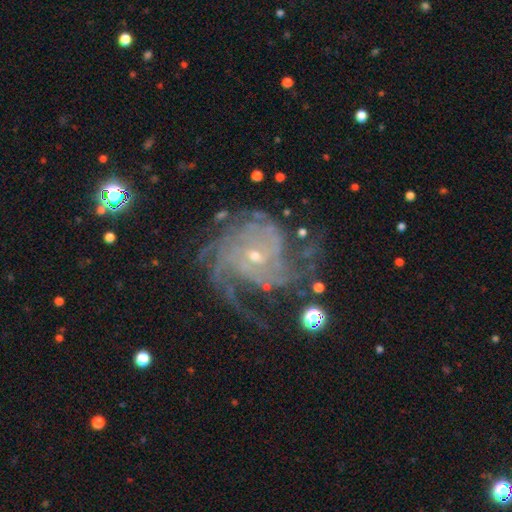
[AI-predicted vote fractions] This is clearly a featured or disk galaxy (87%). It is clearly not viewed edge-on (98%). Bar: likely no (67%). Spiral arm pattern: clearly yes (96%). Spiral arm count: marginally can't tell (25%). Spiral winding: possibly tight (47%). Central bulge: likely small (76%). Merging: possibly none (59%).